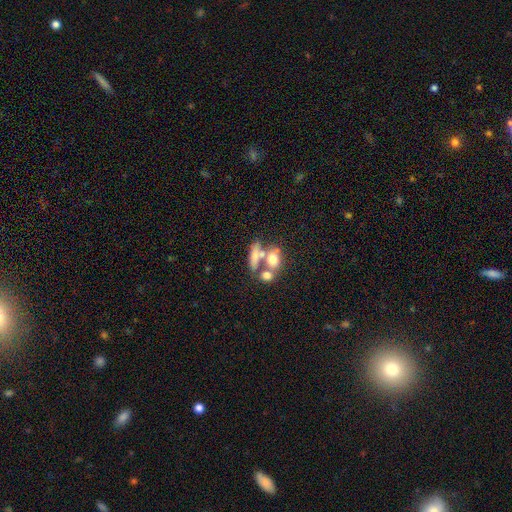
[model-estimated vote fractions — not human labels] Overall: smooth (62%; featured or disk 26%). How rounded: in between (58%; round 28%). Merging: merger (48%; none 33%).